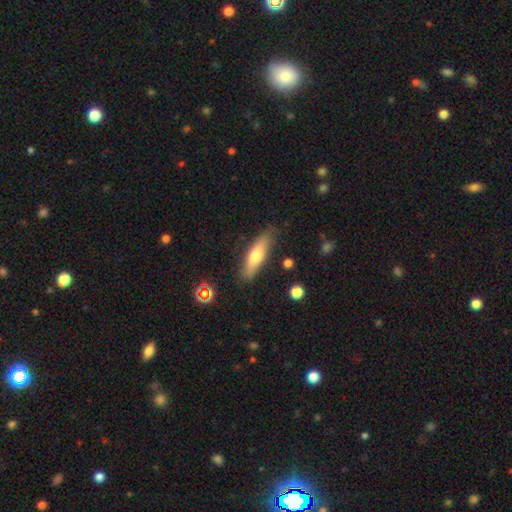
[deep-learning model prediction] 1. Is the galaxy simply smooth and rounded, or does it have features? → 65% smooth, 28% featured or disk, 6% star or artifact.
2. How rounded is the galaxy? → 66% cigar-shaped, 32% in between, 2% round.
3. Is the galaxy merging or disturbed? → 82% none, 13% minor disturbance, 3% major disturbance, 2% merger.